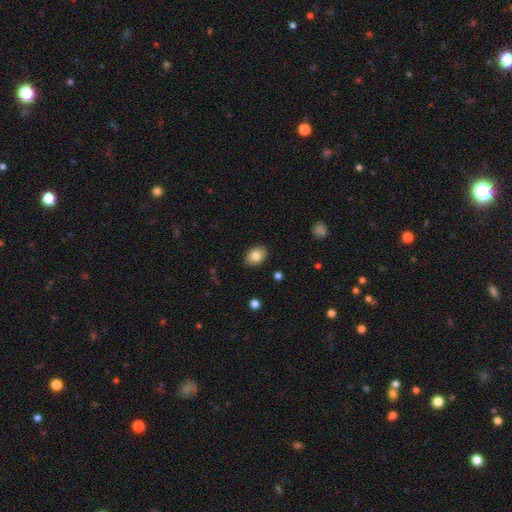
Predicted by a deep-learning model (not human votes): Smooth or featured: smooth — 82% (featured or disk — 9%)
How rounded: in between — 74% (round — 25%)
Merging: none — 89% (minor disturbance — 8%)